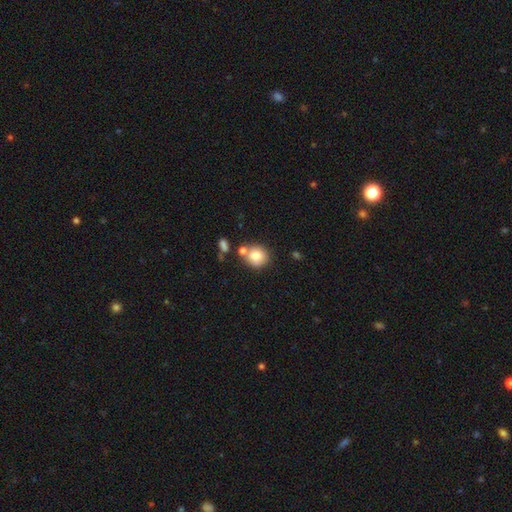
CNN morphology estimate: Q: Smooth or featured?
A: smooth (79%); runner-up: featured or disk (12%)
Q: How rounded?
A: round (85%); runner-up: in between (14%)
Q: Merging?
A: none (63%); runner-up: merger (21%)